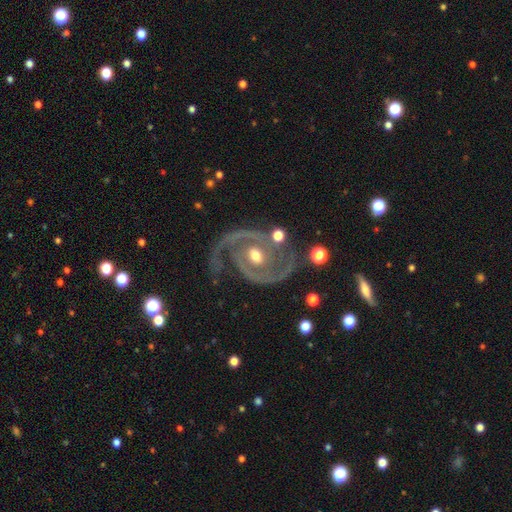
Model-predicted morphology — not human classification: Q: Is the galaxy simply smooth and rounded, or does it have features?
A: featured or disk — 92%.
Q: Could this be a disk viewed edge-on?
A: no — 98%.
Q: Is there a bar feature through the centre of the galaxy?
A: no — 54%.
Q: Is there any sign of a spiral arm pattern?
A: yes — 97%.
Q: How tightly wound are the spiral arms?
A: medium — 45%.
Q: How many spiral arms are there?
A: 2 — 88%.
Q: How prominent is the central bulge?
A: moderate — 75%.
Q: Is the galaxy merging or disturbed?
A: none — 67%.